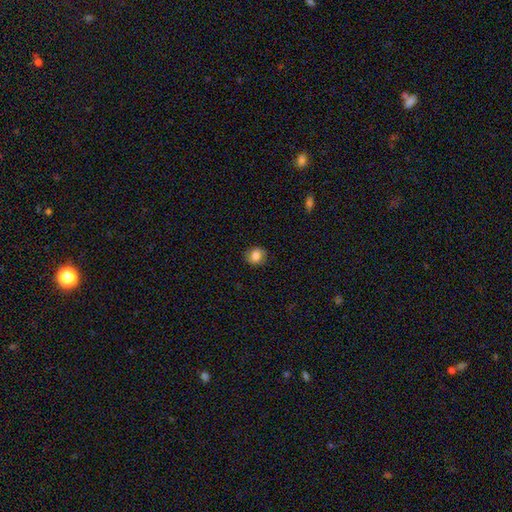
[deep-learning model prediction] Smooth or featured: smooth — 81% (featured or disk — 10%)
How rounded: round — 68% (in between — 31%)
Merging: none — 82% (minor disturbance — 14%)